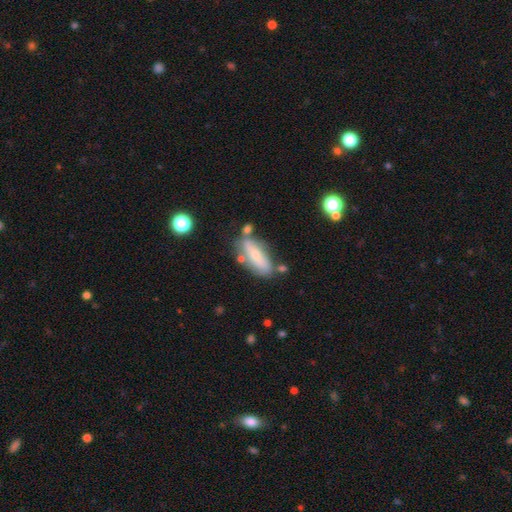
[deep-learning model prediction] smooth_or_featured: smooth (p=0.54) [alt: featured or disk p=0.38]
how_rounded: in between (p=0.65) [alt: cigar-shaped p=0.33]
merging: none (p=0.60) [alt: minor disturbance p=0.21]